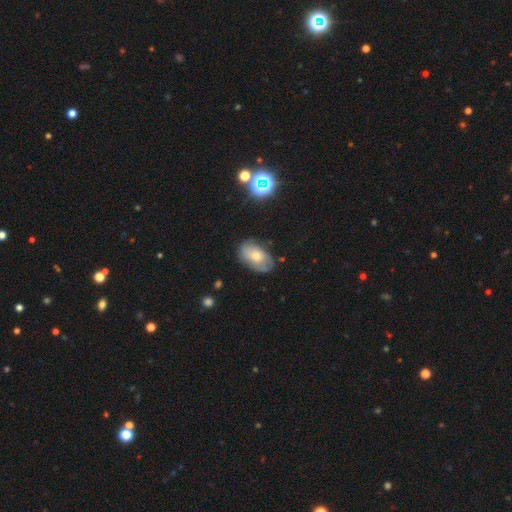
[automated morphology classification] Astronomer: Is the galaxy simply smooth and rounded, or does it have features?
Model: smooth — 56% (runner-up: featured or disk, 35%).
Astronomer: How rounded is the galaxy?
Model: in between — 89%.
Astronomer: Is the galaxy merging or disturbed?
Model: none — 72%.